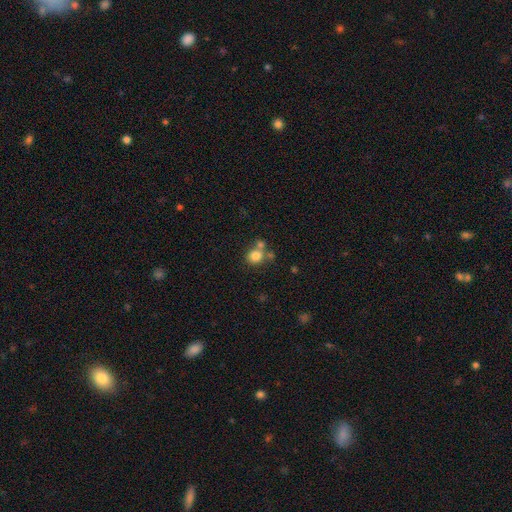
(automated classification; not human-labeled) The model was most divided on "merging": none: 54%, merger: 31%, minor disturbance: 10%, major disturbance: 4%. More confident: how rounded — round (81%); smooth or featured — smooth (80%).